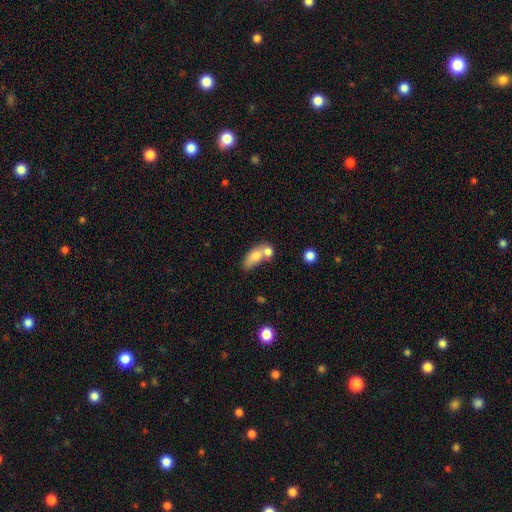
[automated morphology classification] smooth 74%, featured or disk 18%, star or artifact 8%. Down the decision tree: how rounded — in between (78%); merging — merger (55%).